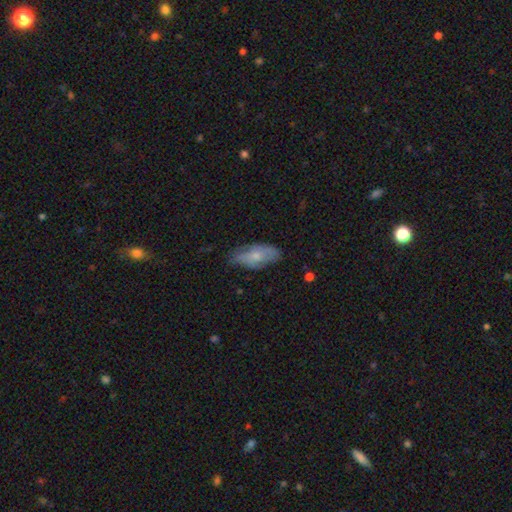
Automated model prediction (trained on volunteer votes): Smooth or featured? Predicted: smooth (p=0.62). How rounded? Predicted: in between (p=0.86). Merging? Predicted: none (p=0.65).